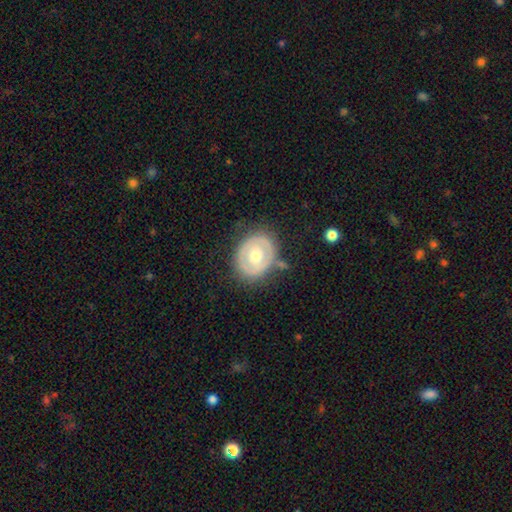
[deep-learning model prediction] Smooth or featured? featured or disk (55%)
Edge-on disk? no (94%)
Bar? no (80%)
Spiral arms? no (83%)
Bulge size? moderate (75%)
Merging? none (75%)